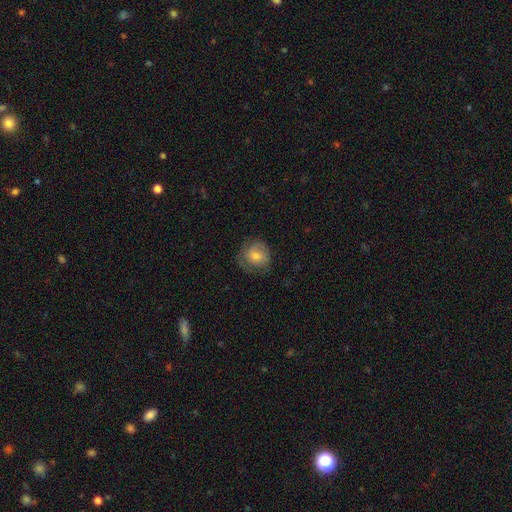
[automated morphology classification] This appears to be a smooth galaxy with no disk features (56%) that is round (80%). Merging: none (68%).